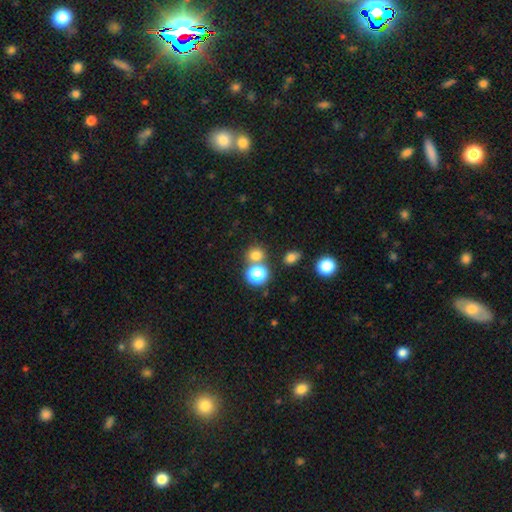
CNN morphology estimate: Smooth or featured: smooth — 74% (star or artifact — 20%)
How rounded: round — 83% (in between — 16%)
Merging: none — 63% (merger — 25%)